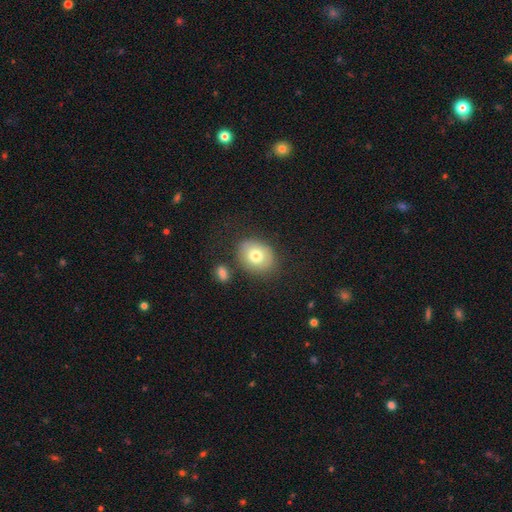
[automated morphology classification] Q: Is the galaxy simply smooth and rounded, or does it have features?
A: smooth — 75%.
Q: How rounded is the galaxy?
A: round — 52%.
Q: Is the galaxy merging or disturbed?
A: none — 76%.